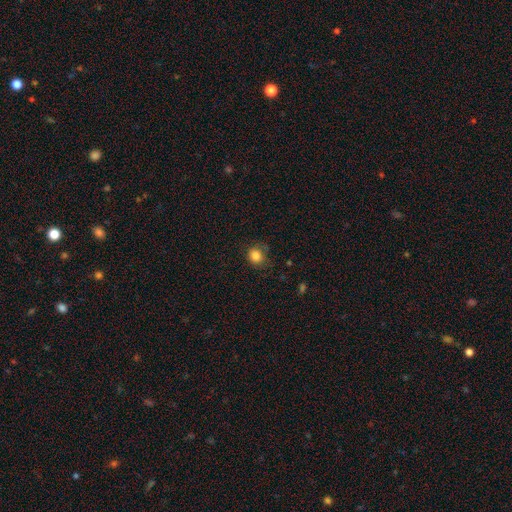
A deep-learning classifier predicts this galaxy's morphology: This is clearly a smooth galaxy (84%). How rounded: likely round (78%). Merging: likely none (75%).